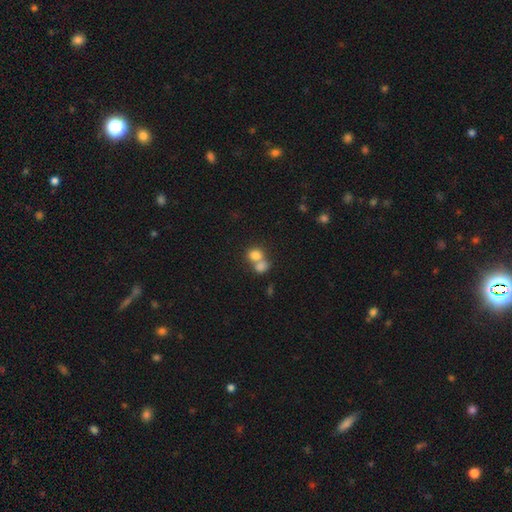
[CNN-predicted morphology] type=smooth (79%); roundness=round (60%); merging=merger (61%).